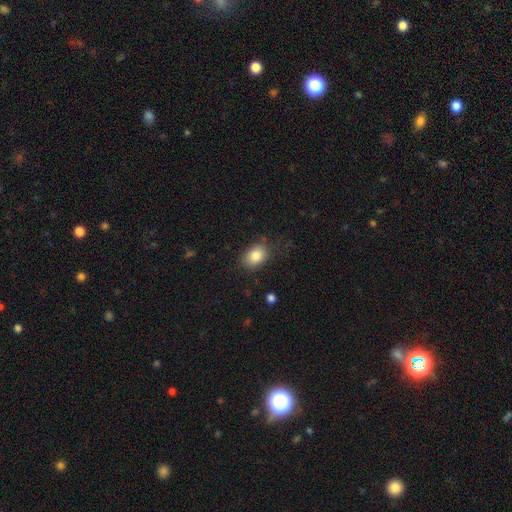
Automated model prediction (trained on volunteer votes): Smooth or featured? smooth (85%)
How rounded? in between (77%)
Merging? none (77%)